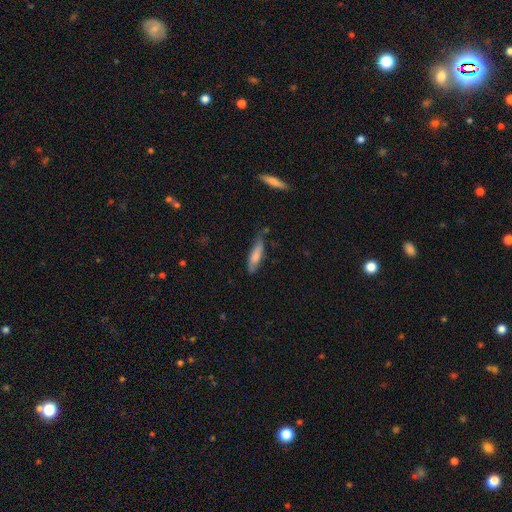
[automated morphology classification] Q: Smooth or featured?
A: smooth (76%); runner-up: featured or disk (18%)
Q: How rounded?
A: cigar-shaped (61%); runner-up: in between (37%)
Q: Merging?
A: none (60%); runner-up: minor disturbance (30%)